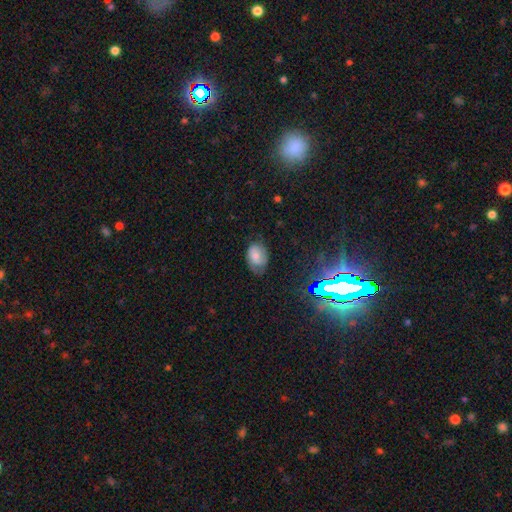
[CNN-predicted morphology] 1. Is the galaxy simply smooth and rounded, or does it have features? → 55% smooth, 32% featured or disk, 13% star or artifact.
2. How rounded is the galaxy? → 80% in between, 19% round, 1% cigar-shaped.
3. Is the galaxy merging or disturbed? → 58% none, 30% minor disturbance, 11% major disturbance, 1% merger.